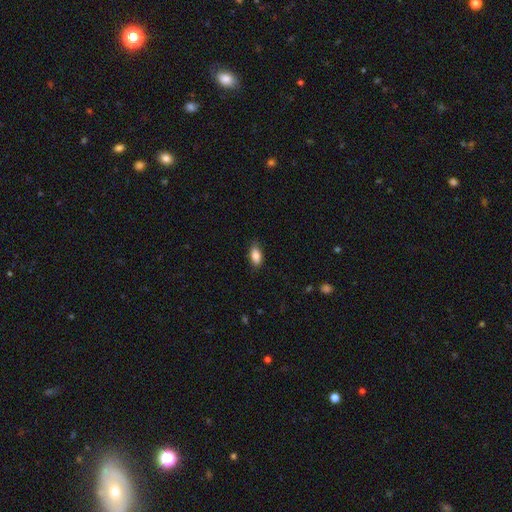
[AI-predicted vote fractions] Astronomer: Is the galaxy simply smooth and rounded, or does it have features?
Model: smooth — 86%.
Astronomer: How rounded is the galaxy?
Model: in between — 90%.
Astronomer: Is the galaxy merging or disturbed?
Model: none — 80%.